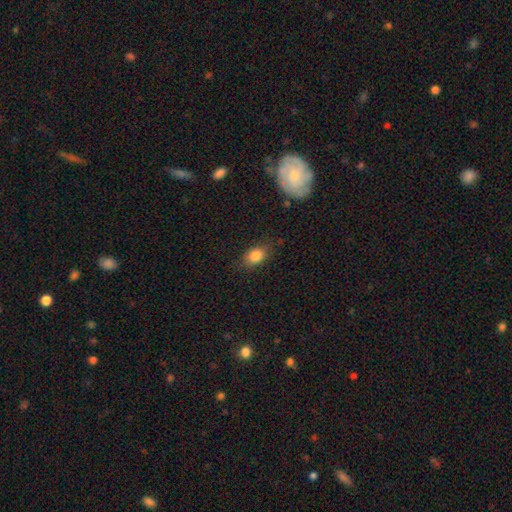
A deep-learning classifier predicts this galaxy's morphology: type=smooth (83%); roundness=in between (75%); merging=none (81%).